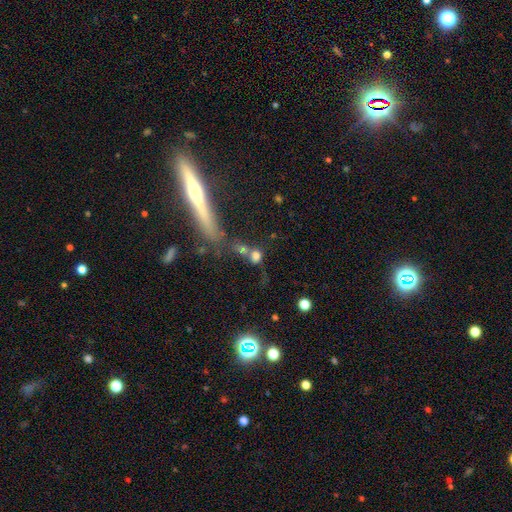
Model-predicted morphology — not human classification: Q: Smooth or featured?
A: smooth (68%); runner-up: star or artifact (17%)
Q: How rounded?
A: round (63%); runner-up: in between (30%)
Q: Merging?
A: merger (41%); runner-up: none (37%)